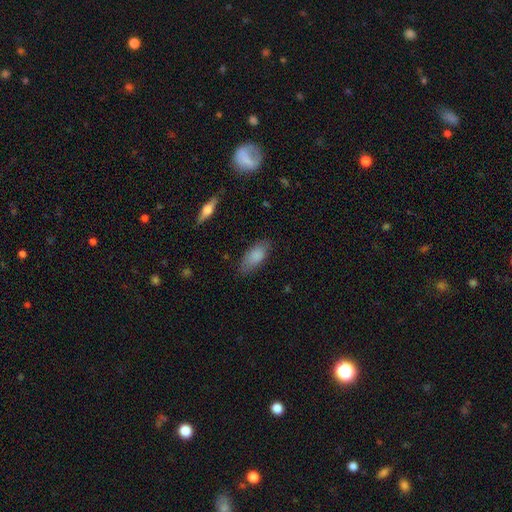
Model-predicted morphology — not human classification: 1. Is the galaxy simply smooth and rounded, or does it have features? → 83% smooth, 10% featured or disk, 7% star or artifact.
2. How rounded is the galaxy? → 86% in between, 11% cigar-shaped, 2% round.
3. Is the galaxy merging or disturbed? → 75% none, 19% minor disturbance, 4% major disturbance, 1% merger.